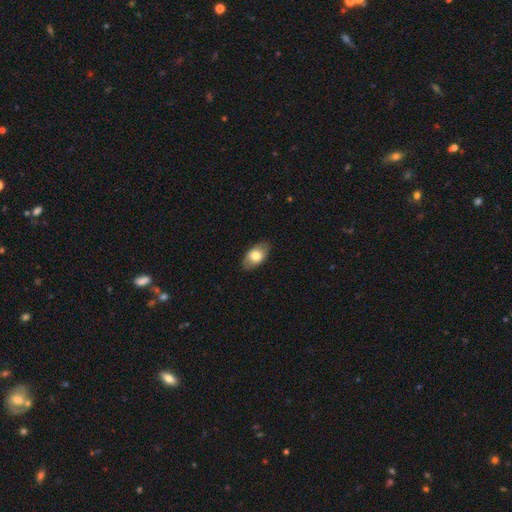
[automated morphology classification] The model was most divided on "smooth or featured": smooth: 72%, featured or disk: 21%, star or artifact: 6%. More confident: how rounded — in between (92%); merging — none (84%).